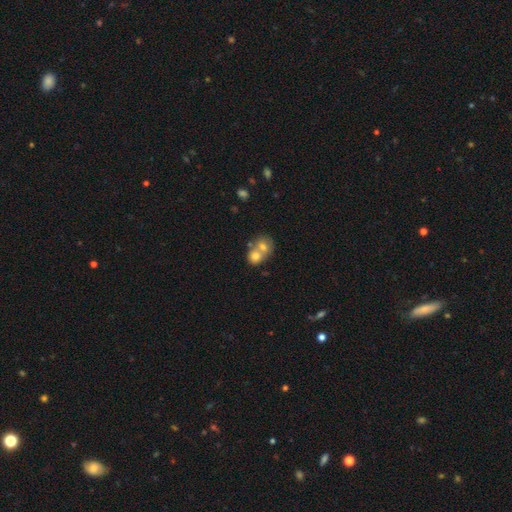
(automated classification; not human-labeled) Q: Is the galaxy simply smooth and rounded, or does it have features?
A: smooth — 70%.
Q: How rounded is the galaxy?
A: round — 64%.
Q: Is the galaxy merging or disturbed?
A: merger — 69%.